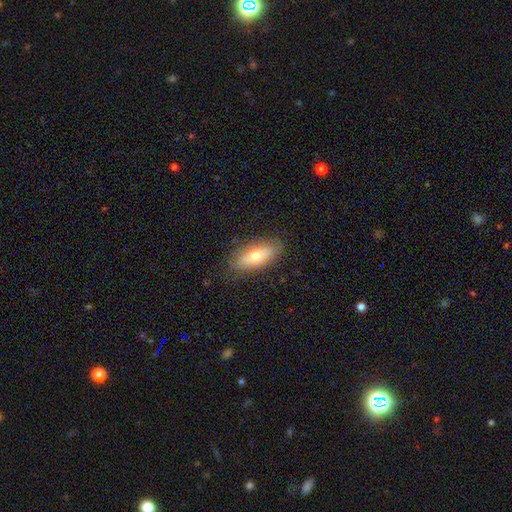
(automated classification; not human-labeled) Overall: smooth (66%; featured or disk 27%). How rounded: in between (76%). Merging: none (84%).